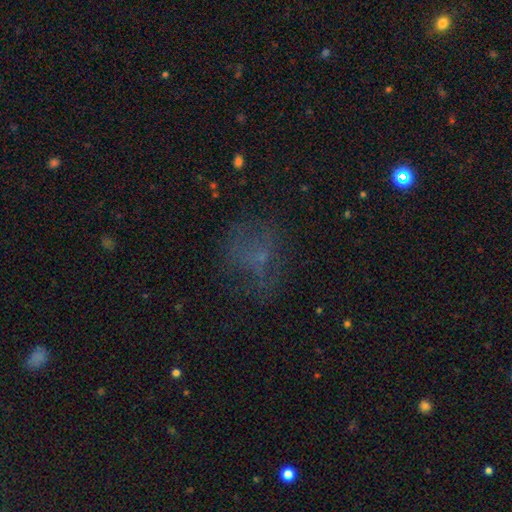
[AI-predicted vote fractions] Smooth or featured?
  - smooth: 42% *
  - star or artifact: 29%
  - featured or disk: 29%
Merging?
  - none: 50% *
  - major disturbance: 28%
  - minor disturbance: 19%
  - merger: 3%